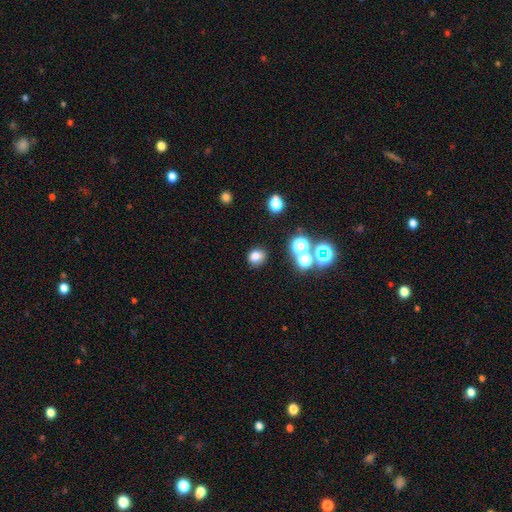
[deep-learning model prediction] Morphology: type=smooth (76%); roundness=round (63%); merging=none (83%).